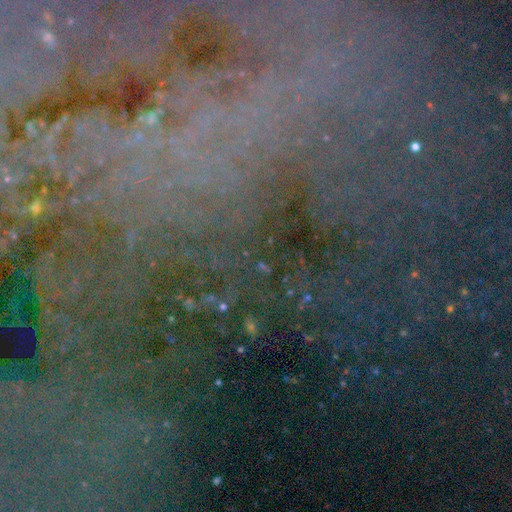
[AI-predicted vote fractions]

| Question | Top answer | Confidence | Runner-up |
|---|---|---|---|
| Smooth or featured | star or artifact | 78% | featured or disk (12%) |